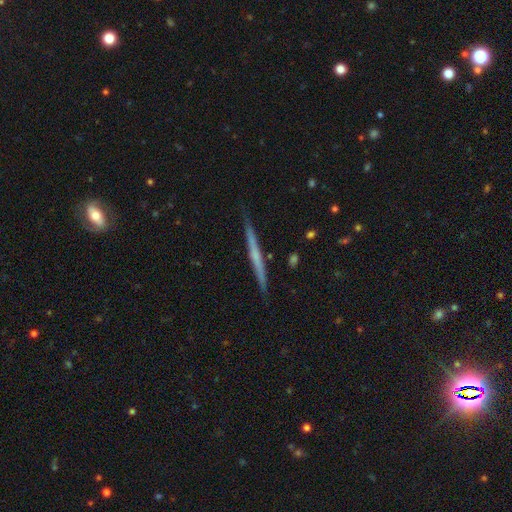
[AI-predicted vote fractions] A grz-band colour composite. It shows a featured or disk galaxy (58%) viewed edge-on (98%) with no central bulge (77%). Merging: none (89%).